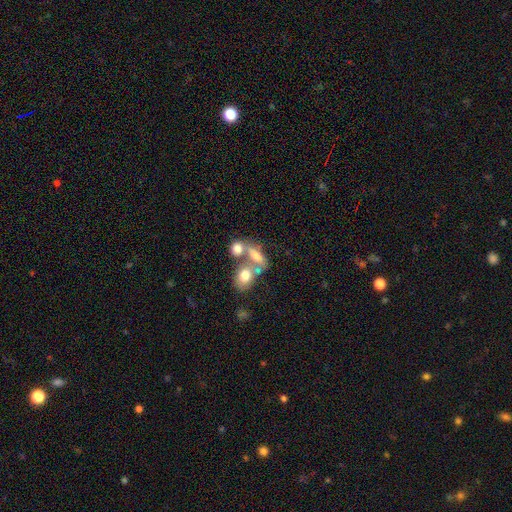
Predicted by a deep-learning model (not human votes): The model was most divided on "merging": merger: 54%, none: 26%, minor disturbance: 10%, major disturbance: 10%. More confident: how rounded — in between (75%); smooth or featured — smooth (65%).